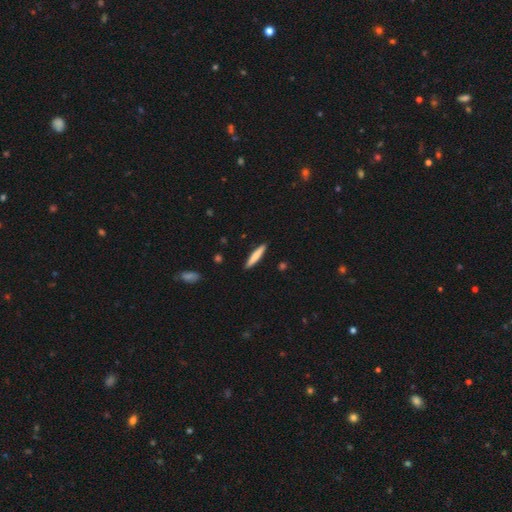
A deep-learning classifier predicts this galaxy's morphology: Smooth or featured?
  - smooth: 76% *
  - featured or disk: 19%
  - star or artifact: 5%
How rounded?
  - cigar-shaped: 92% *
  - in between: 6%
  - round: 1%
Merging?
  - none: 90% *
  - minor disturbance: 7%
  - major disturbance: 1%
  - merger: 1%